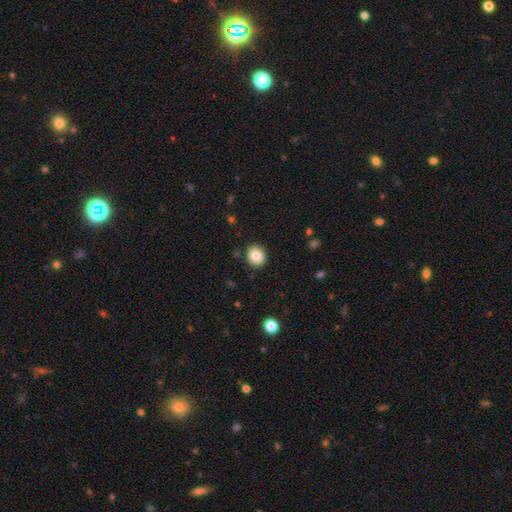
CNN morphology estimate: A smooth galaxy with no disk features (84%) that is round (80%). Merging: none (91%).